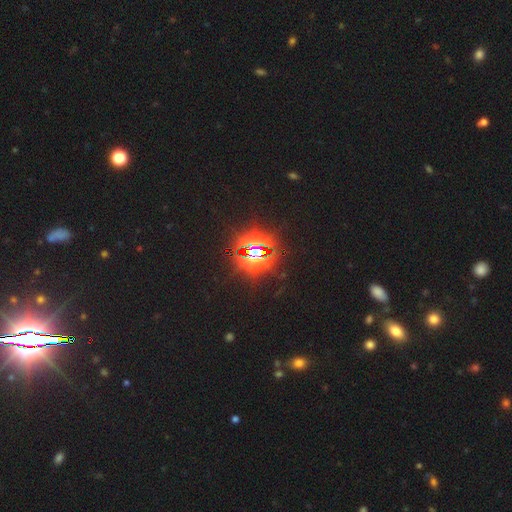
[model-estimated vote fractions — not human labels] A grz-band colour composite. It shows a star or artifact, not a galaxy (82%).